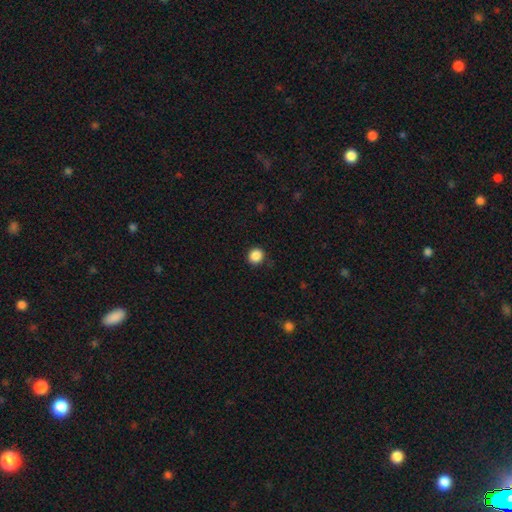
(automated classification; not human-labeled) Smooth or featured? smooth (87%)
How rounded? round (90%)
Merging? none (88%)